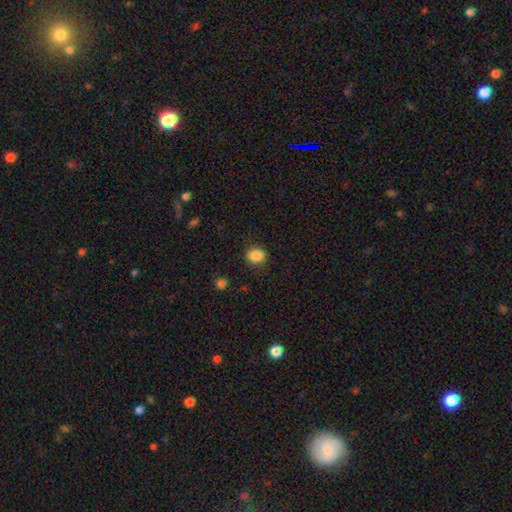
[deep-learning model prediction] smooth 87%, star or artifact 10%, featured or disk 3%. Down the decision tree: how rounded — round (67%); merging — none (85%).